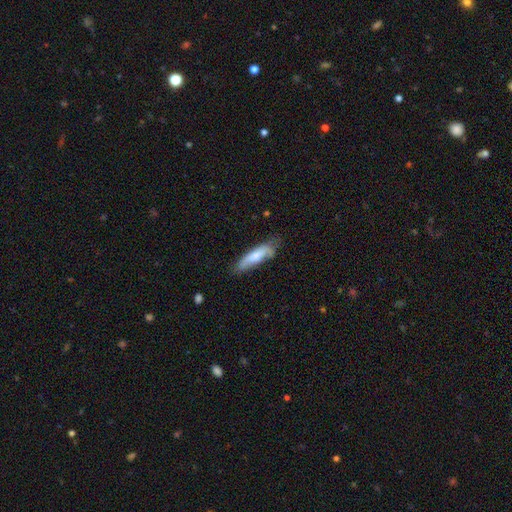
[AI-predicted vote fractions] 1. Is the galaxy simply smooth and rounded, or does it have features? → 69% smooth, 25% featured or disk, 6% star or artifact.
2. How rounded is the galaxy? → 64% cigar-shaped, 34% in between, 2% round.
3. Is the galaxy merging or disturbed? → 54% none, 32% minor disturbance, 10% major disturbance, 3% merger.